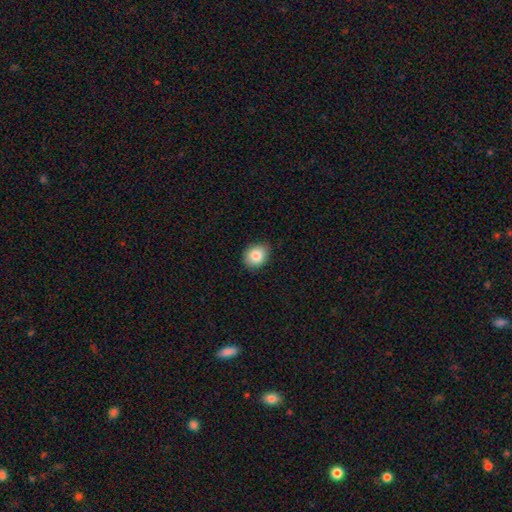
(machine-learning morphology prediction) Q: Smooth or featured?
A: smooth (84%); runner-up: star or artifact (9%)
Q: How rounded?
A: round (57%); runner-up: in between (42%)
Q: Merging?
A: none (81%); runner-up: minor disturbance (15%)